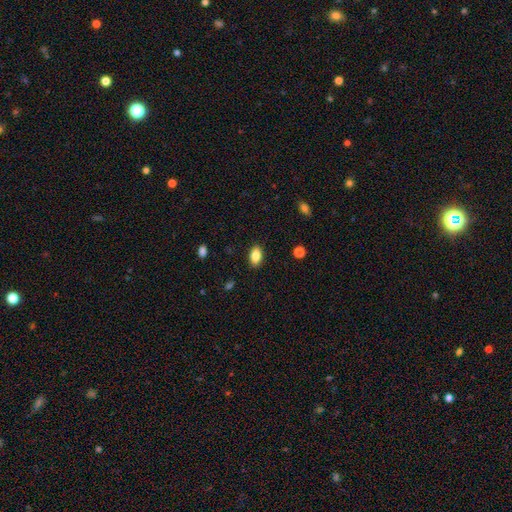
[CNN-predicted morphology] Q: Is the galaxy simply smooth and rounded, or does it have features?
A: smooth — 84%.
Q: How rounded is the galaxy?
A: in between — 90%.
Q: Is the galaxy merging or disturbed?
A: none — 88%.